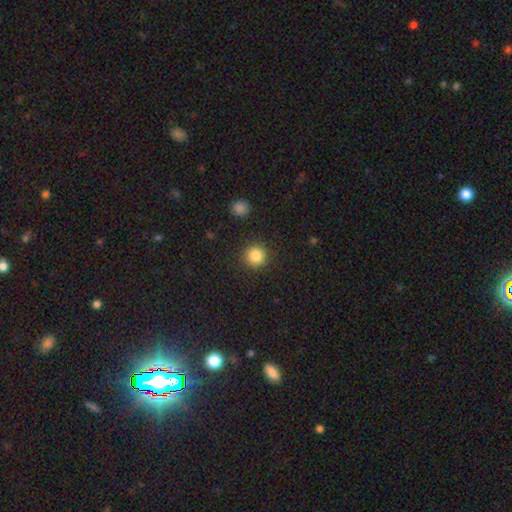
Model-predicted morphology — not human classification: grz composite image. It shows a smooth galaxy with no disk features (85%) that is round (95%). Merging: none (90%).